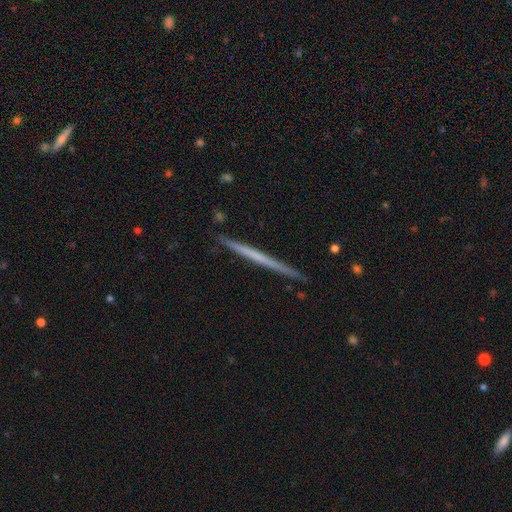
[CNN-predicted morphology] Q: Smooth or featured?
A: featured or disk (54%); runner-up: smooth (40%)
Q: Edge-on disk?
A: yes (98%); runner-up: no (2%)
Q: Edge-on bulge?
A: none (92%); runner-up: rounded (6%)
Q: Merging?
A: none (91%); runner-up: minor disturbance (6%)